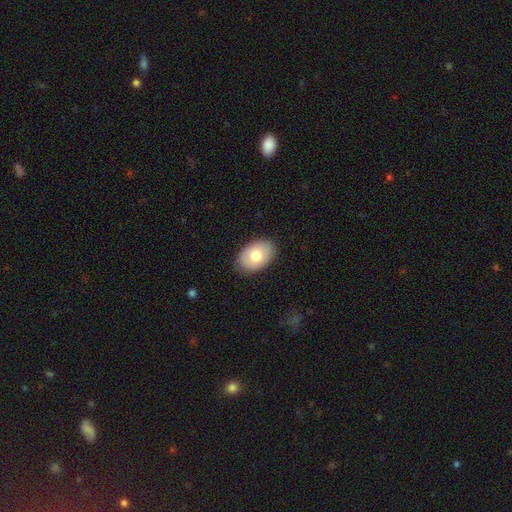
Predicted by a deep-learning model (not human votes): Overall: smooth (77%). How rounded: in between (89%). Merging: none (87%).